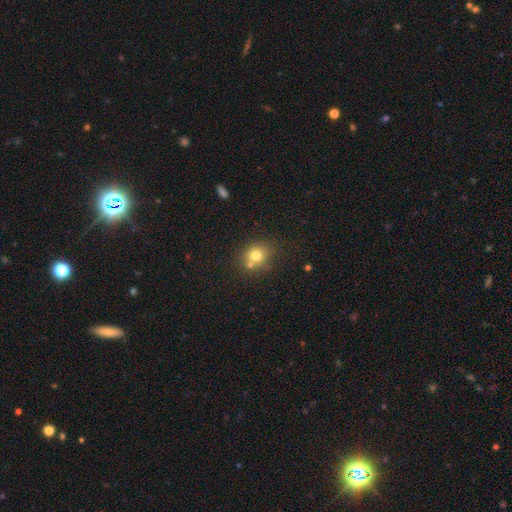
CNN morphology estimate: smooth_or_featured: smooth (p=0.75) [alt: star or artifact p=0.14]
how_rounded: round (p=0.77) [alt: in between p=0.22]
merging: none (p=0.62) [alt: merger p=0.23]